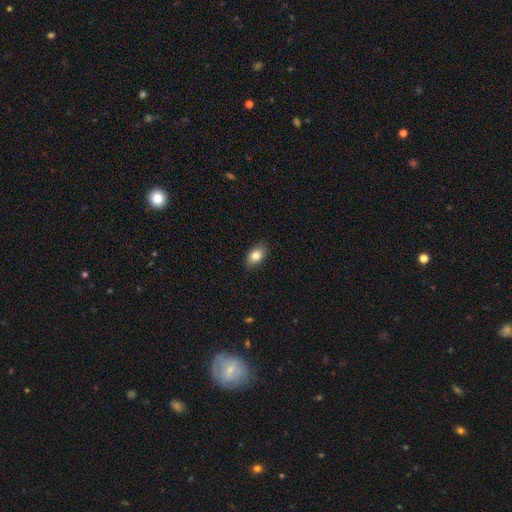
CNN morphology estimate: This is clearly a smooth galaxy (83%). How rounded: clearly in between (87%). Merging: clearly none (87%).